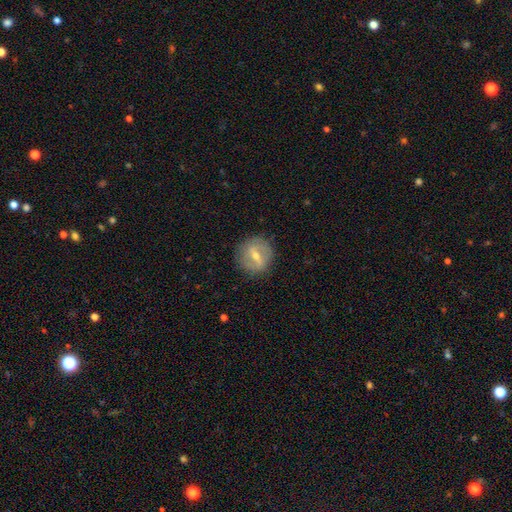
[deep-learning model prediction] This appears to be a featured or disk galaxy (60%) with a strong bar (50%), no spiral arms (62%) and a small central bulge (49%). Merging: none (85%).